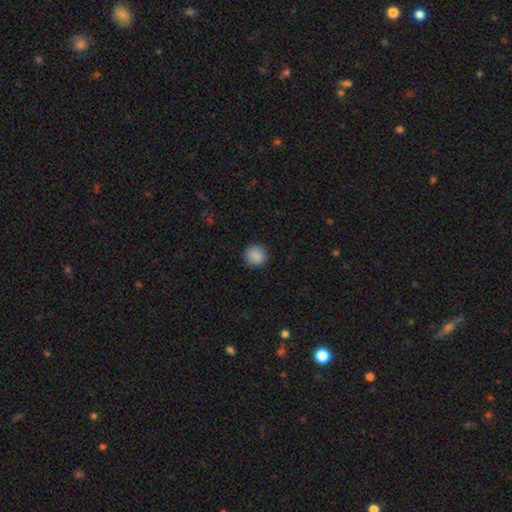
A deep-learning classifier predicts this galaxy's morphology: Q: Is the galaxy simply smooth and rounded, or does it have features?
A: smooth — 88%.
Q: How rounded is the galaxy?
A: round — 91%.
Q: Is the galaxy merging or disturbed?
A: none — 89%.